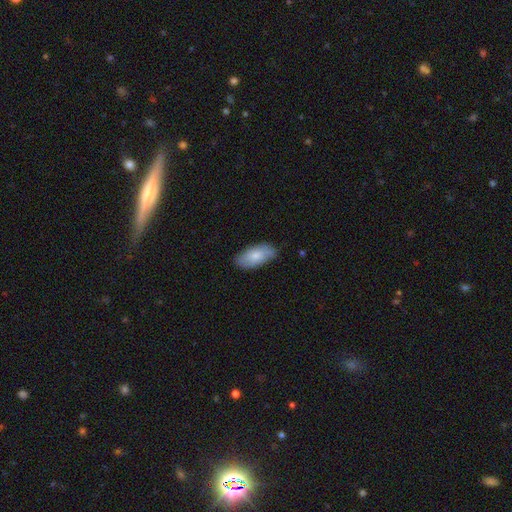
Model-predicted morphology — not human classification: Smooth or featured? Predicted: smooth (p=0.72). How rounded? Predicted: in between (p=0.92). Merging? Predicted: none (p=0.78).